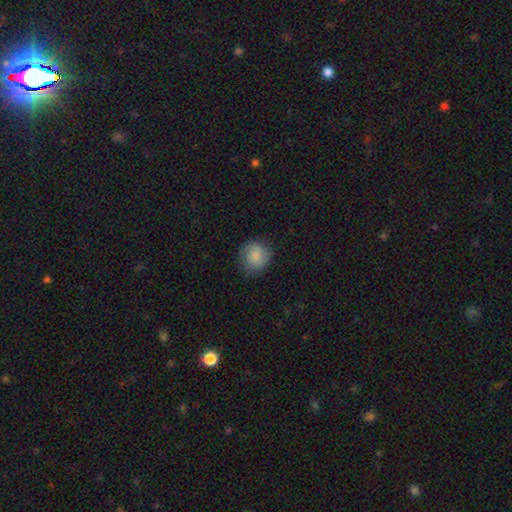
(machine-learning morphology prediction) smooth_or_featured: smooth (p=0.76) [alt: featured or disk p=0.16]
how_rounded: round (p=0.86) [alt: in between p=0.13]
merging: none (p=0.81) [alt: minor disturbance p=0.14]